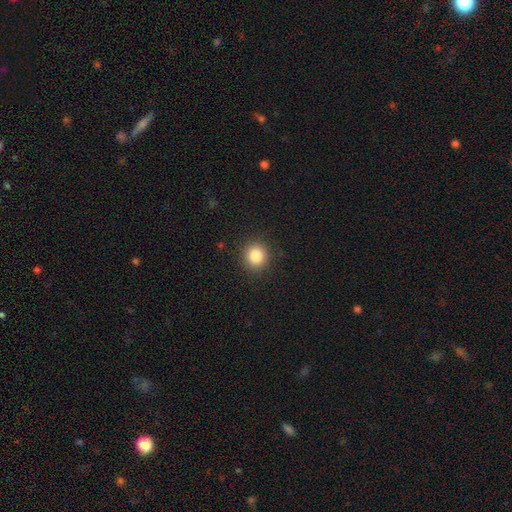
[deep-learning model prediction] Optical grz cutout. It shows a smooth galaxy with no disk features (85%) that is round (88%). Merging: none (90%).